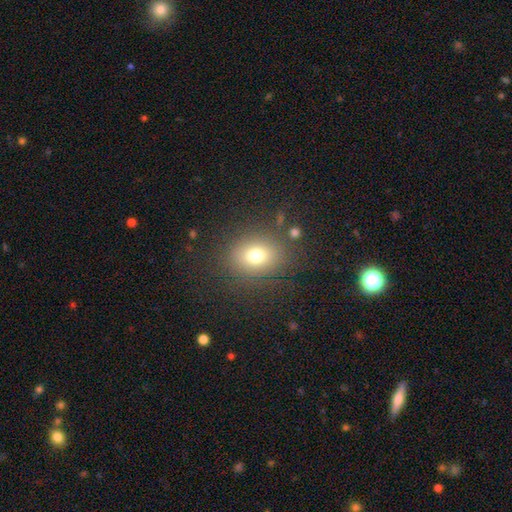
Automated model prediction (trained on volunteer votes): Morphology: type=smooth (75%); roundness=round (63%); merging=none (83%).